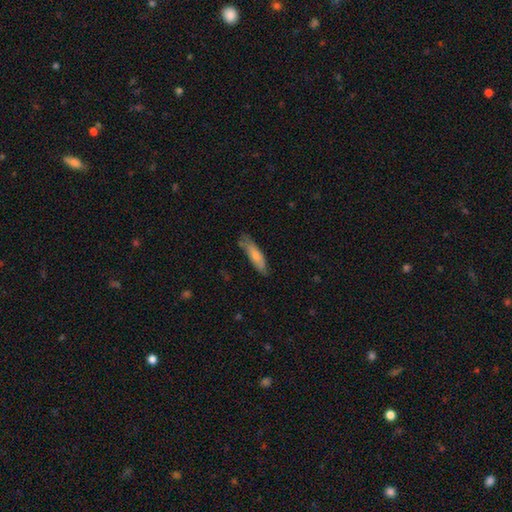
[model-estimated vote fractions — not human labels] Smooth or featured? Predicted: smooth (p=0.68). How rounded? Predicted: cigar-shaped (p=0.64). Merging? Predicted: none (p=0.64).